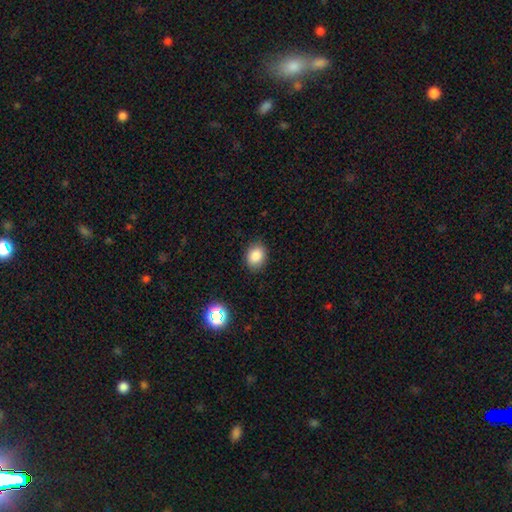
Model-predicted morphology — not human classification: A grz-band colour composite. It shows a smooth galaxy with no disk features (84%) that is in between round and cigar-shaped (52%). Merging: none (87%).